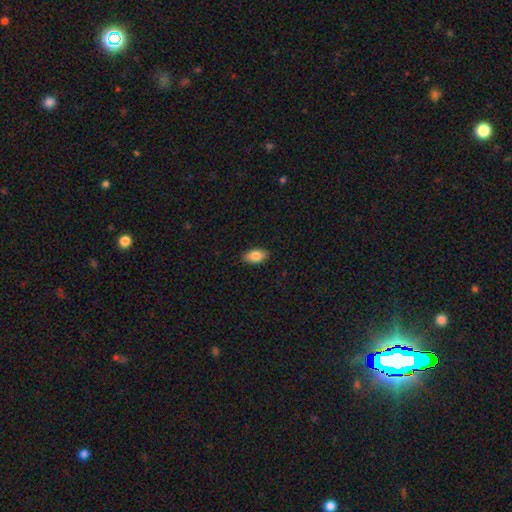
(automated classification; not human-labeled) This is clearly a smooth galaxy (84%). How rounded: clearly in between (93%). Merging: clearly none (88%).